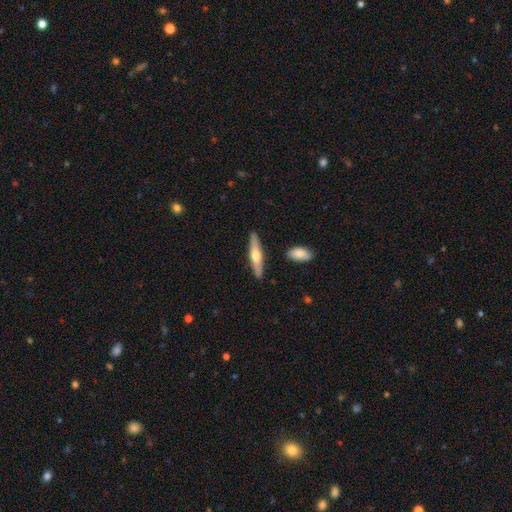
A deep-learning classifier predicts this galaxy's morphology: A featured or disk galaxy (49%). Merging: none (87%).